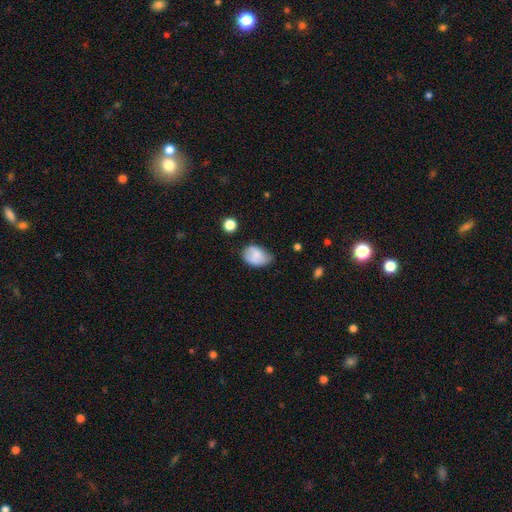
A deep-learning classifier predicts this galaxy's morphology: smooth_or_featured: smooth (p=0.79) [alt: featured or disk p=0.13]
how_rounded: in between (p=0.78) [alt: round p=0.21]
merging: minor disturbance (p=0.45) [alt: none p=0.42]